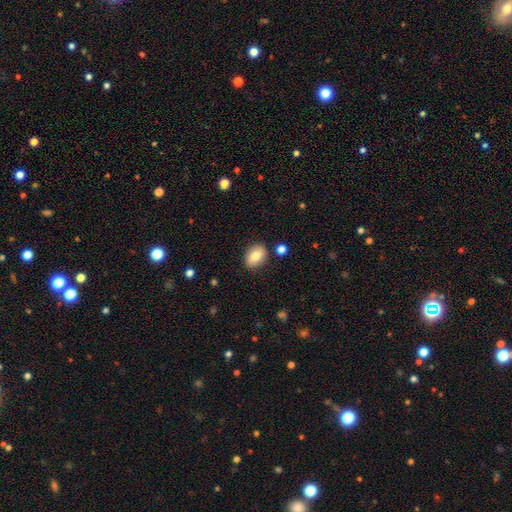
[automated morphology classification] A smooth galaxy with no disk features (78%) that is in between round and cigar-shaped (73%). Merging: none (85%).